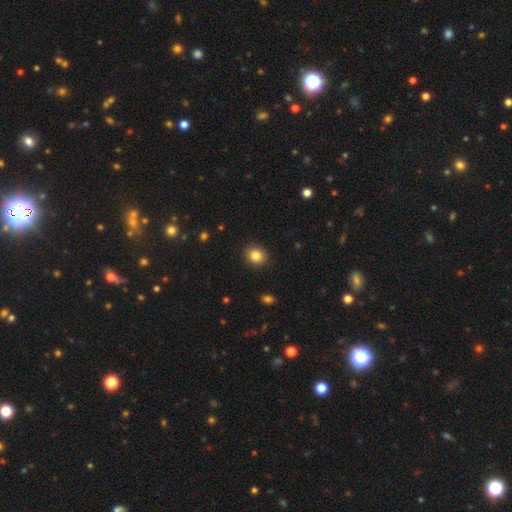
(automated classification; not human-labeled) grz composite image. It shows a smooth galaxy with no disk features (84%) that is round (69%). Merging: none (90%).